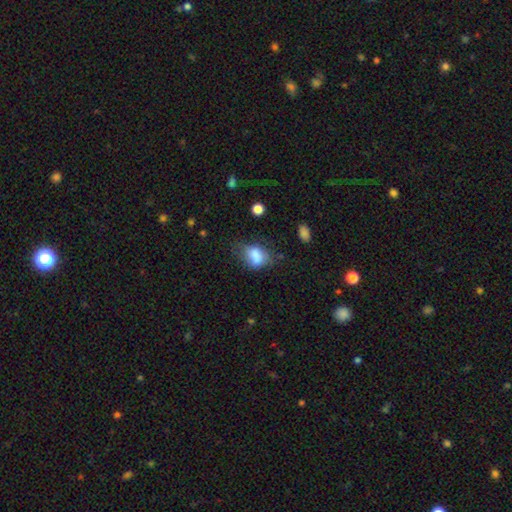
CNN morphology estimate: smooth_or_featured: smooth (p=0.75) [alt: featured or disk p=0.15]
how_rounded: in between (p=0.76) [alt: round p=0.22]
merging: none (p=0.38) [alt: minor disturbance p=0.34]